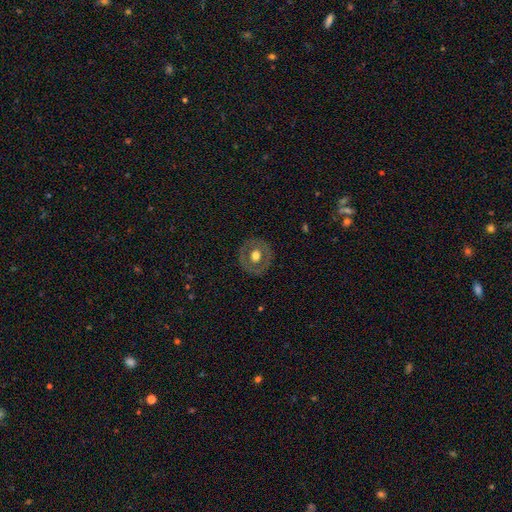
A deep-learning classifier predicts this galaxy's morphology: smooth-or-featured: featured or disk: 48% | smooth: 46% | star or artifact: 7%
  merging: none: 84% | minor disturbance: 10% | major disturbance: 4% | merger: 1%